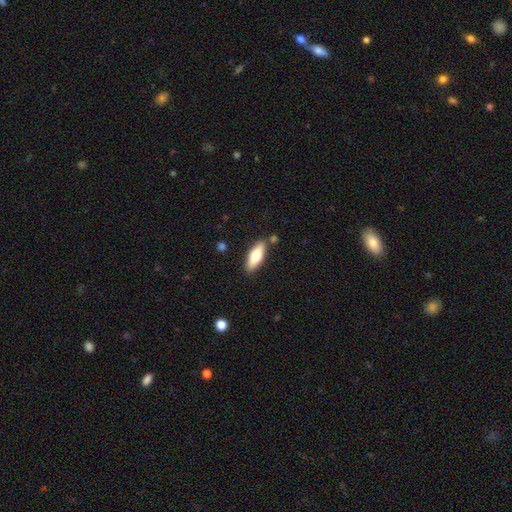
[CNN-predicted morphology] A smooth galaxy with no disk features (67%) that is in between round and cigar-shaped (61%). Merging: none (84%).